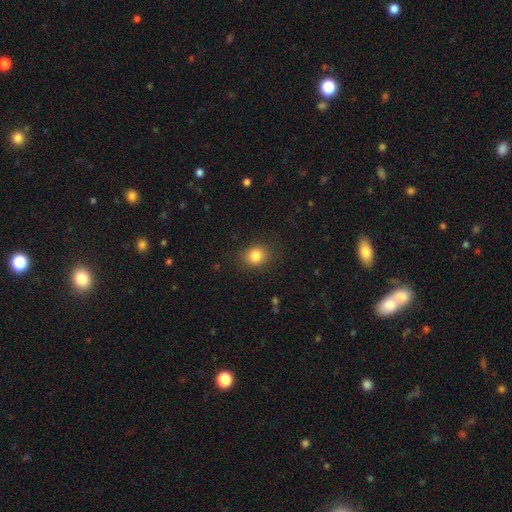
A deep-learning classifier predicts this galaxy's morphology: type=smooth (83%); roundness=round (65%); merging=none (85%).